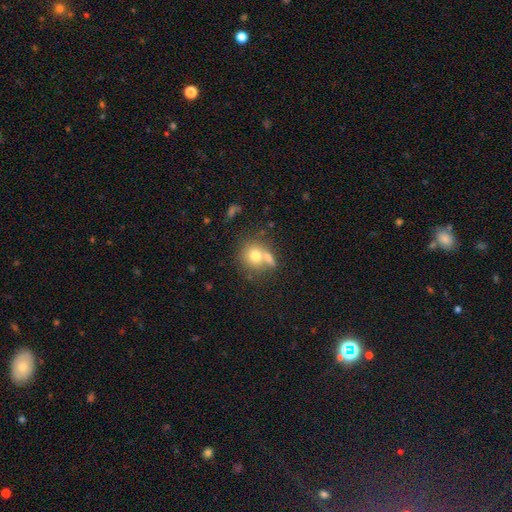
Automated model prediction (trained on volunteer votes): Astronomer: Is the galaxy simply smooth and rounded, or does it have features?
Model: smooth — 73%.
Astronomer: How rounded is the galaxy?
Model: round — 81%.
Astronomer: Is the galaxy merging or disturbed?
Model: none — 45% (runner-up: merger, 39%).